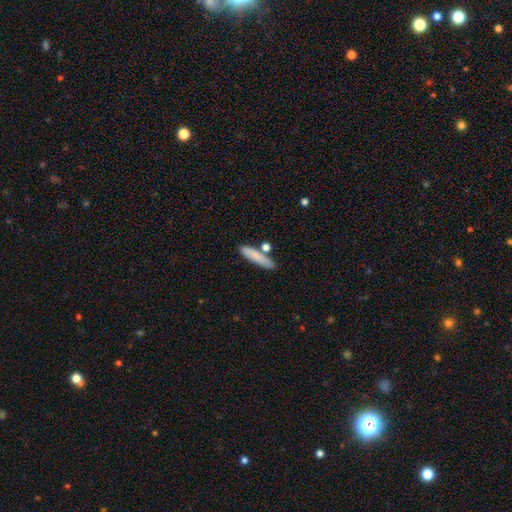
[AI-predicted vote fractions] Overall: smooth (80%). How rounded: cigar-shaped (77%). Merging: none (72%).